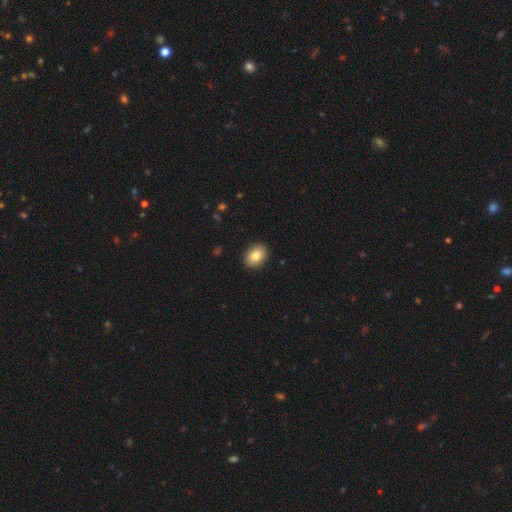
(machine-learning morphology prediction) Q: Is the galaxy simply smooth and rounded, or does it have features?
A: smooth — 82%.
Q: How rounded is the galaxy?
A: in between — 59%.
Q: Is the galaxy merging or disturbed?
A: none — 91%.